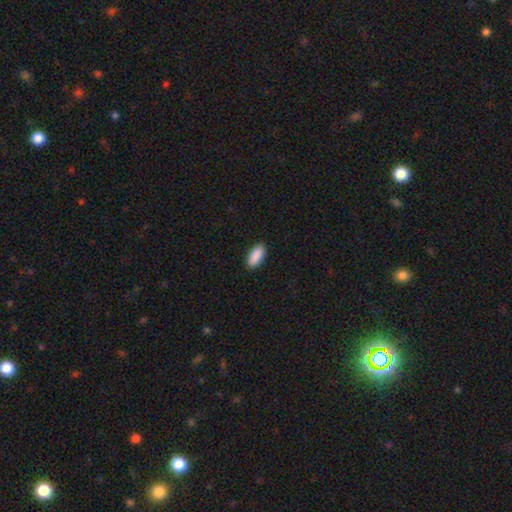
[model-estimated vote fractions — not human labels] The model was most divided on "how rounded": in between: 89%, cigar-shaped: 9%, round: 2%. More confident: smooth or featured — smooth (91%); merging — none (90%).